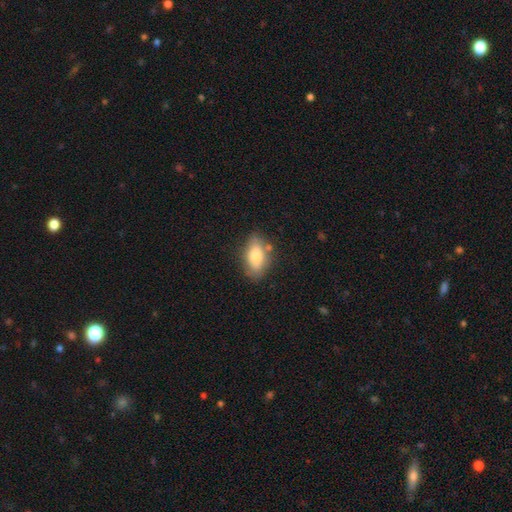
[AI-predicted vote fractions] Smooth or featured? smooth (74%)
How rounded? in between (87%)
Merging? none (74%)